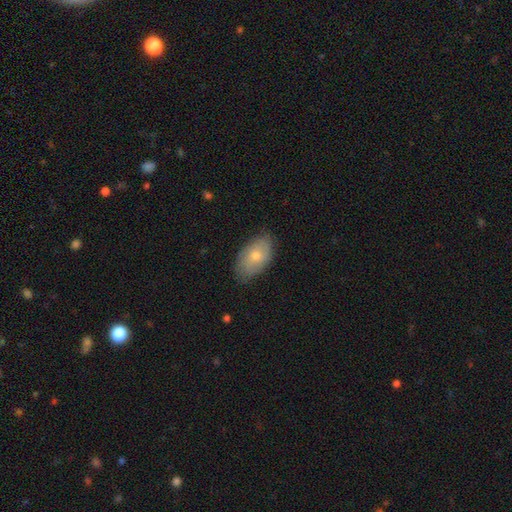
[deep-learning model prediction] smooth 61%, featured or disk 31%, star or artifact 7%. Down the decision tree: how rounded — in between (92%); merging — none (78%).